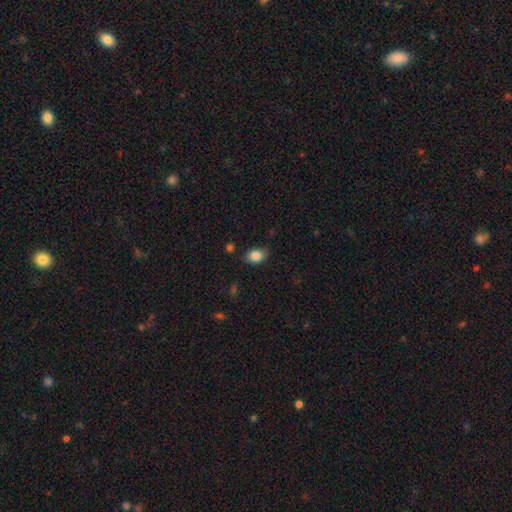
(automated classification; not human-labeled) Smooth or featured? smooth (85%)
How rounded? in between (73%)
Merging? none (79%)